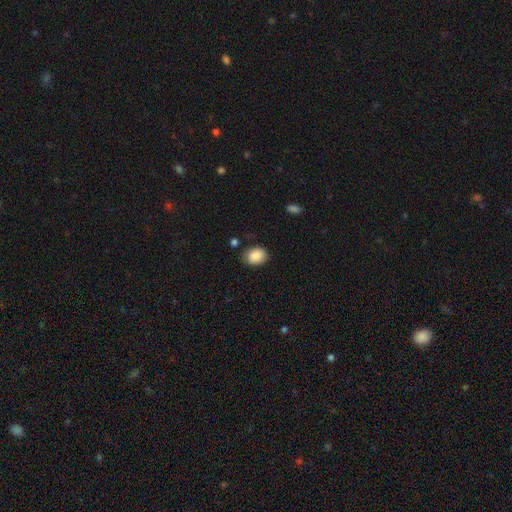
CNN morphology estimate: Q: Smooth or featured?
A: smooth (88%); runner-up: star or artifact (8%)
Q: How rounded?
A: in between (60%); runner-up: round (39%)
Q: Merging?
A: none (79%); runner-up: minor disturbance (15%)